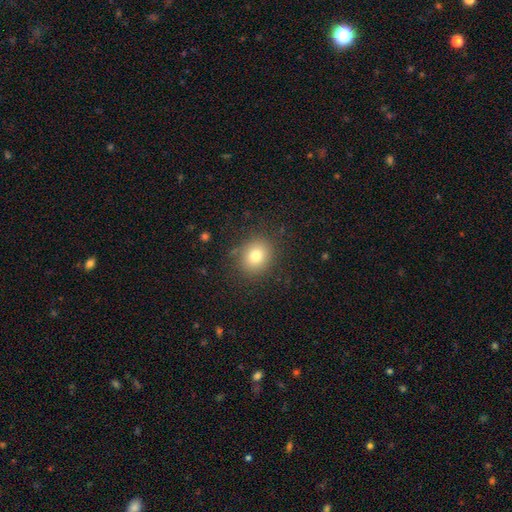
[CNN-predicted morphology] smooth 77%, star or artifact 13%, featured or disk 10%. Down the decision tree: how rounded — round (73%); merging — none (84%).